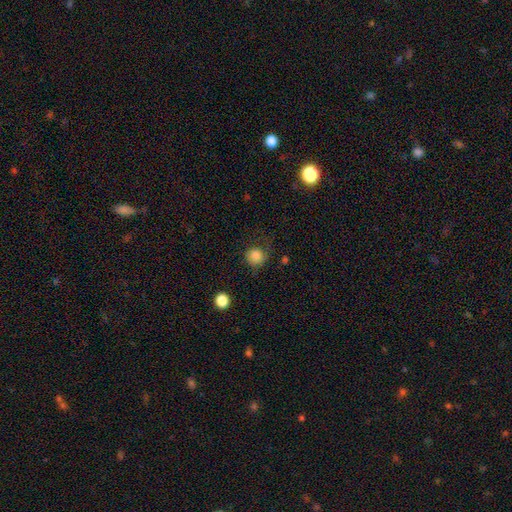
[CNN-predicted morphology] Smooth or featured?
  - smooth: 84% *
  - star or artifact: 11%
  - featured or disk: 6%
How rounded?
  - round: 90% *
  - in between: 9%
  - cigar-shaped: 1%
Merging?
  - none: 69% *
  - minor disturbance: 20%
  - major disturbance: 10%
  - merger: 2%